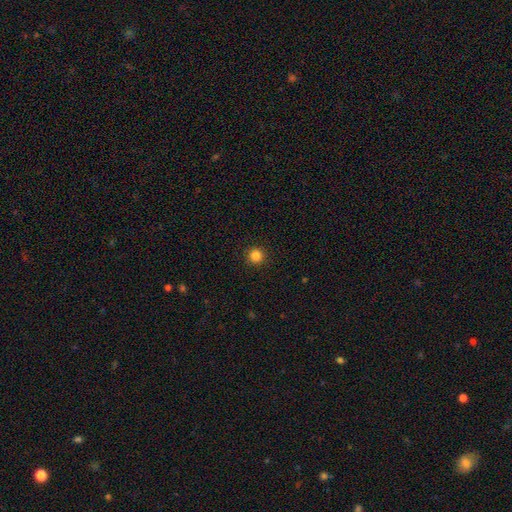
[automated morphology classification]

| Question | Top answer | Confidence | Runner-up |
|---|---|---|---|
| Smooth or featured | smooth | 84% | star or artifact (12%) |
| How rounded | round | 96% | in between (3%) |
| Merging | none | 93% | minor disturbance (4%) |